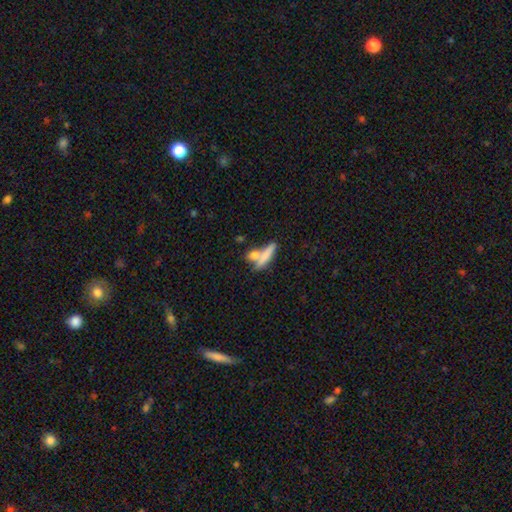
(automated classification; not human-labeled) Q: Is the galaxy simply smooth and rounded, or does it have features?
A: smooth — 72%.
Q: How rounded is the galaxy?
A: cigar-shaped — 60%.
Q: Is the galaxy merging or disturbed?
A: none — 47%.